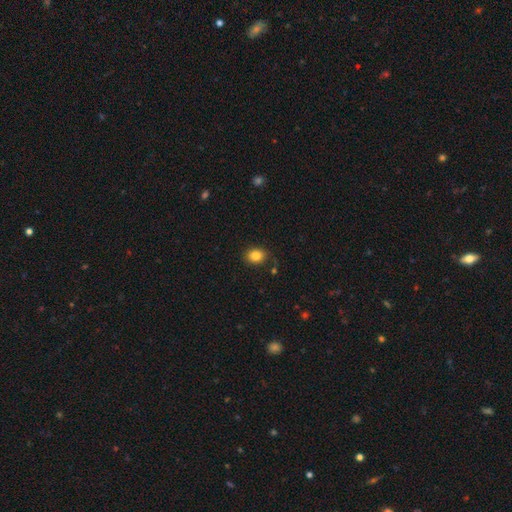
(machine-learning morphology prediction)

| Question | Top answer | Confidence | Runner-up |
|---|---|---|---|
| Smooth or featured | smooth | 84% | star or artifact (10%) |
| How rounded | round | 50% | in between (49%) |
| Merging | none | 81% | minor disturbance (13%) |